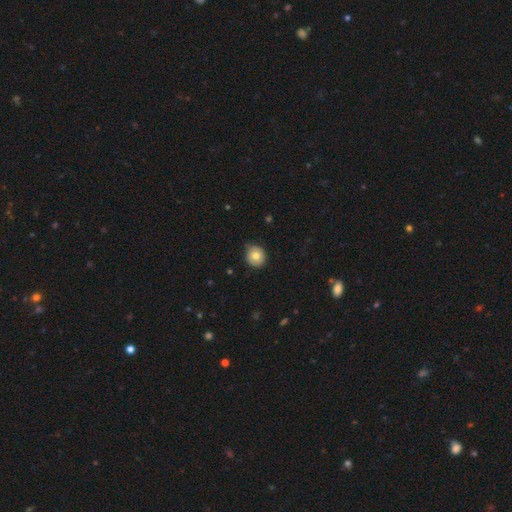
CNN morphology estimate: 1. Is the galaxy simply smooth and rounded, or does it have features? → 75% smooth, 16% featured or disk, 9% star or artifact.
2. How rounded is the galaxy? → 86% round, 13% in between, 1% cigar-shaped.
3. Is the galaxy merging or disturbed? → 77% none, 19% minor disturbance, 3% major disturbance, 1% merger.